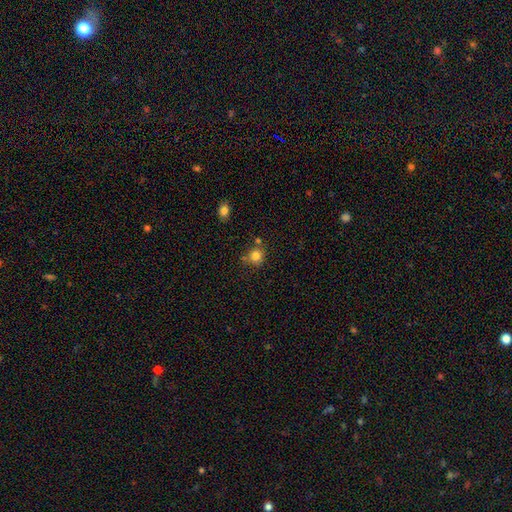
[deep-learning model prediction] Overall: smooth (82%). How rounded: round (89%). Merging: none (71%).